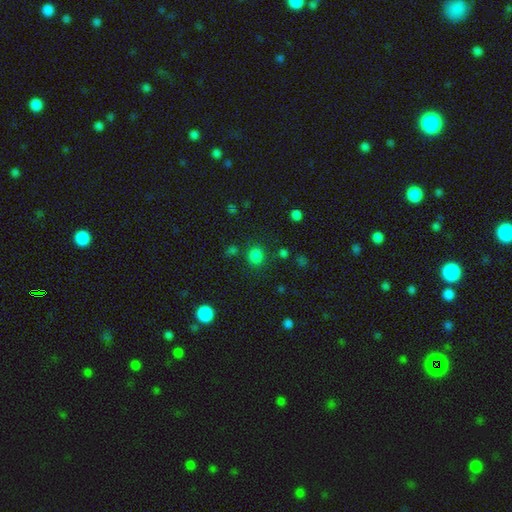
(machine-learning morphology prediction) Q: Smooth or featured?
A: smooth (82%); runner-up: star or artifact (15%)
Q: How rounded?
A: round (81%); runner-up: in between (18%)
Q: Merging?
A: none (82%); runner-up: minor disturbance (9%)